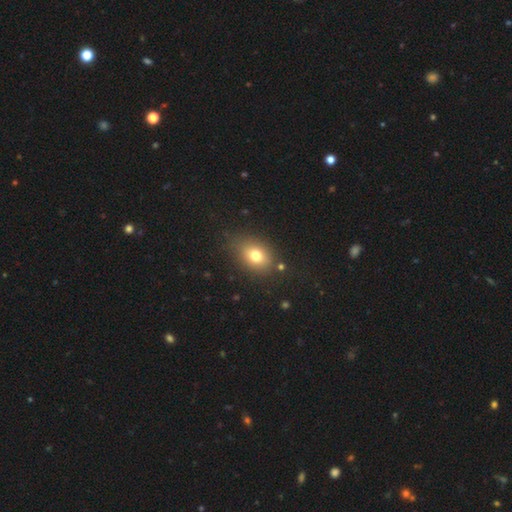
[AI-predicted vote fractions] Overall: smooth (75%). How rounded: in between (65%; round 33%). Merging: none (79%).